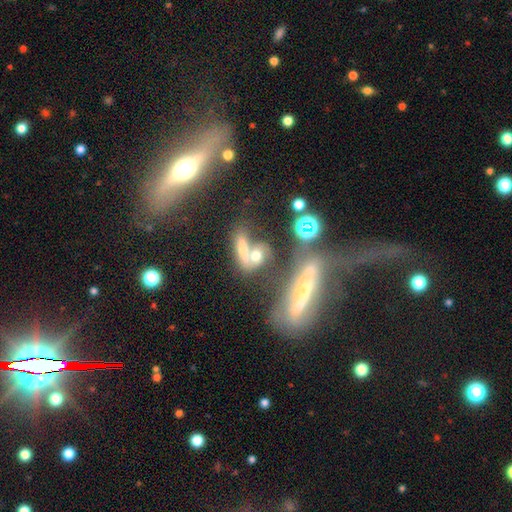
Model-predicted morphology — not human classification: Smooth or featured: smooth — 54% (featured or disk — 29%)
How rounded: in between — 52% (cigar-shaped — 24%)
Merging: merger — 53% (none — 29%)